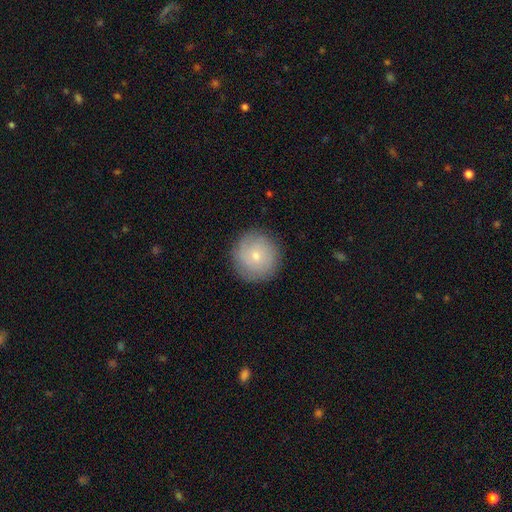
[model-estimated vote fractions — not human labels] Morphology: type=smooth (58%); roundness=round (95%); merging=none (88%).